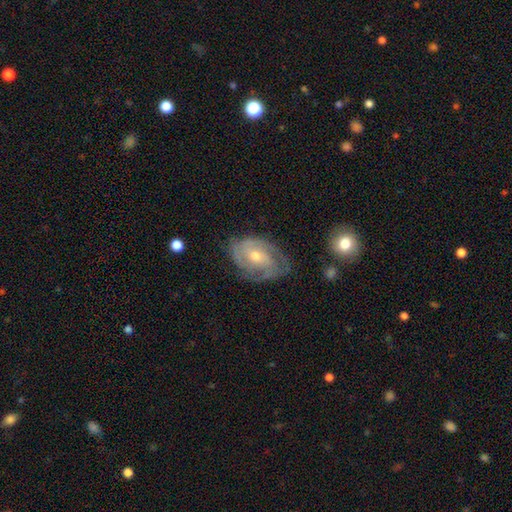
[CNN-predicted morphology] Smooth or featured? Predicted: featured or disk (p=0.81). Edge-on disk? Predicted: no (p=0.96). Bar? Predicted: no (p=0.60). Spiral arms? Predicted: yes (p=0.91). Spiral winding? Predicted: tight (p=0.59). Spiral arm count? Predicted: 2 (p=0.39). Bulge size? Predicted: moderate (p=0.52). Merging? Predicted: none (p=0.66).